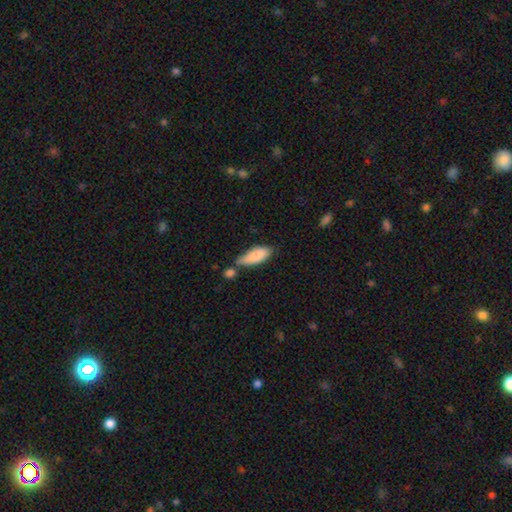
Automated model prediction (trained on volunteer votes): Smooth or featured: smooth — 84% (featured or disk — 9%)
How rounded: in between — 75% (cigar-shaped — 23%)
Merging: none — 48% (minor disturbance — 25%)